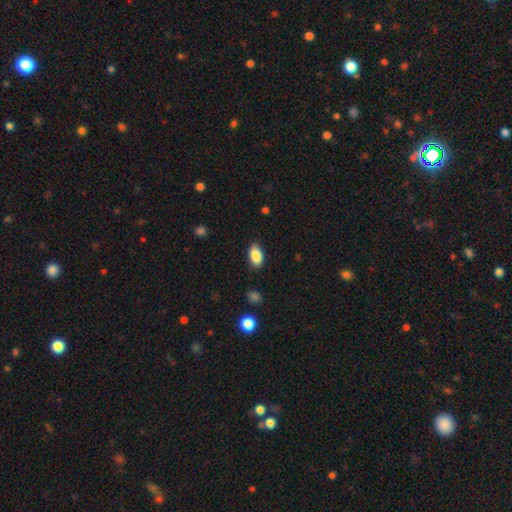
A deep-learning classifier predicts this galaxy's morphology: Smooth or featured?
  - smooth: 88% *
  - star or artifact: 7%
  - featured or disk: 5%
How rounded?
  - in between: 92% *
  - round: 4%
  - cigar-shaped: 4%
Merging?
  - none: 86% *
  - minor disturbance: 11%
  - major disturbance: 2%
  - merger: 1%